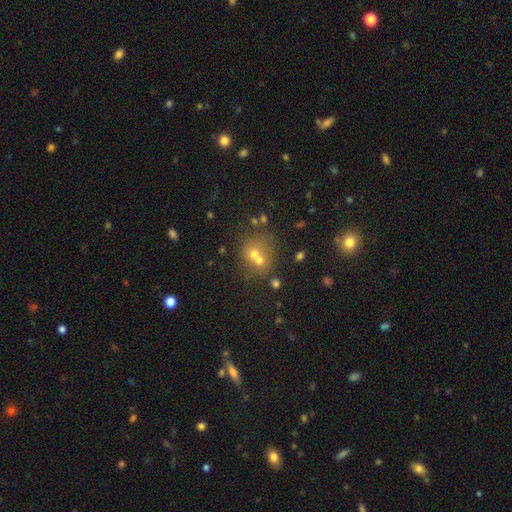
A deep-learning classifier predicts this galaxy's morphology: Smooth or featured: smooth — 56% (star or artifact — 23%)
How rounded: round — 73% (in between — 26%)
Merging: merger — 52% (none — 36%)